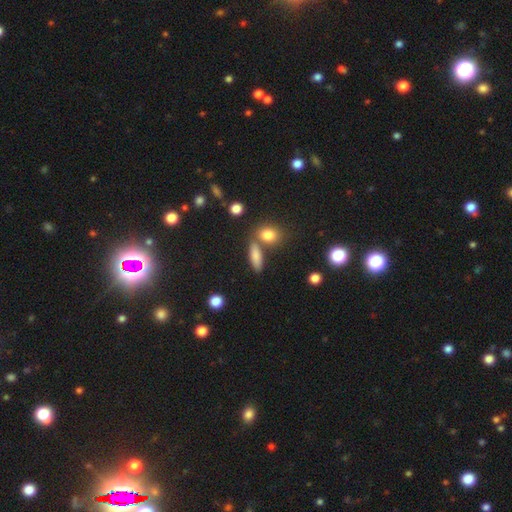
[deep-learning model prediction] Smooth or featured? smooth (80%)
How rounded? in between (52%)
Merging? none (69%)